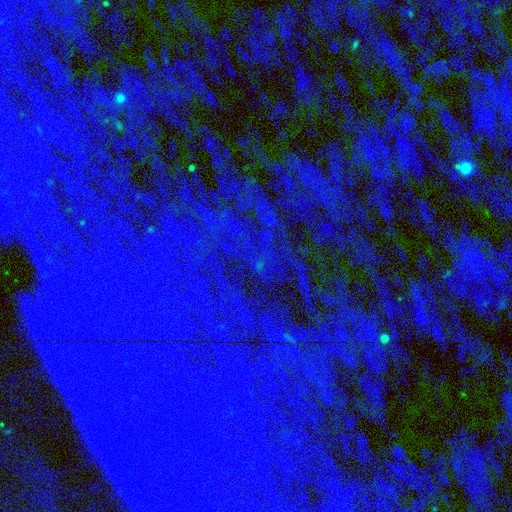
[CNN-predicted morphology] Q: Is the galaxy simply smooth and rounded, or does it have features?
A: star or artifact — 82%.